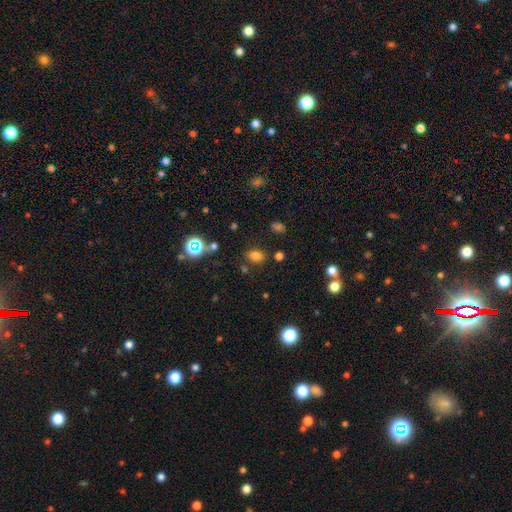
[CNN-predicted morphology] Smooth or featured?
  - smooth: 74% *
  - star or artifact: 19%
  - featured or disk: 7%
How rounded?
  - in between: 74% *
  - round: 25%
  - cigar-shaped: 1%
Merging?
  - none: 80% *
  - minor disturbance: 11%
  - merger: 5%
  - major disturbance: 4%